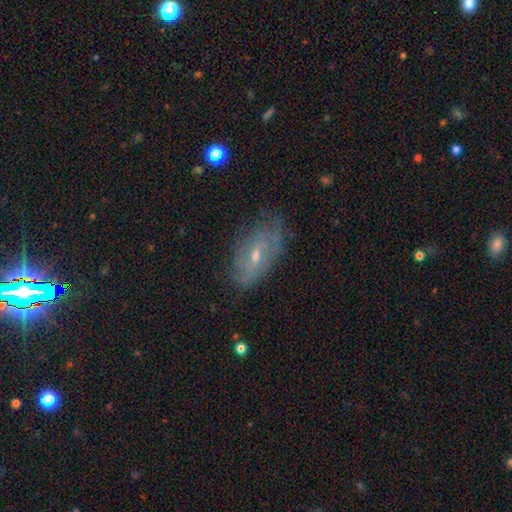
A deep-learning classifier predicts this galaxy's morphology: type=featured or disk (66%); edge-on=no (90%); bar=no (47%); spiral arms=yes (73%); bulge=small (51%); merging=none (60%).